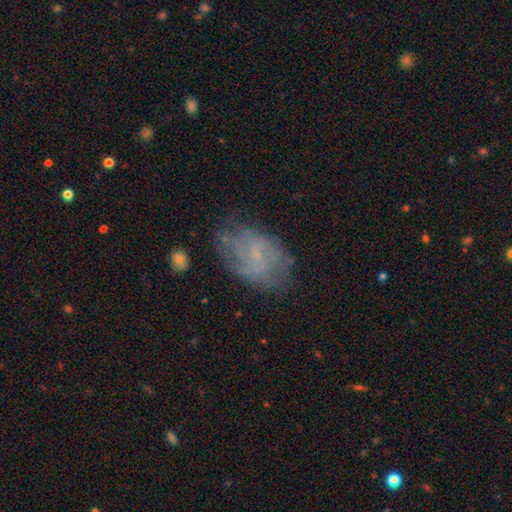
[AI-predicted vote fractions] Morphology: type=featured or disk (60%); edge-on=no (96%); bar=no (51%); spiral arms=yes (75%); bulge=small (58%); merging=none (62%).